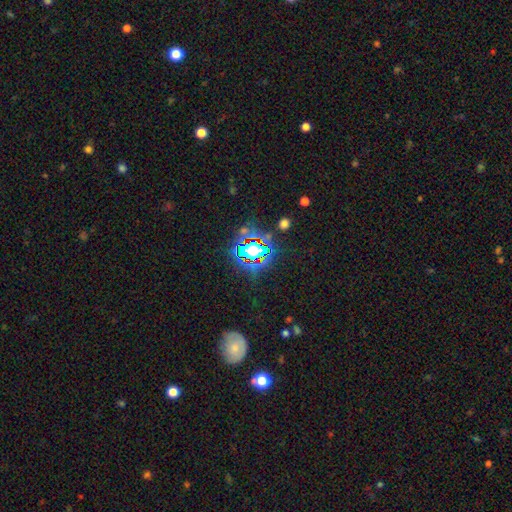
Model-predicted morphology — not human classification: Smooth or featured?
  - star or artifact: 76% *
  - smooth: 14%
  - featured or disk: 10%